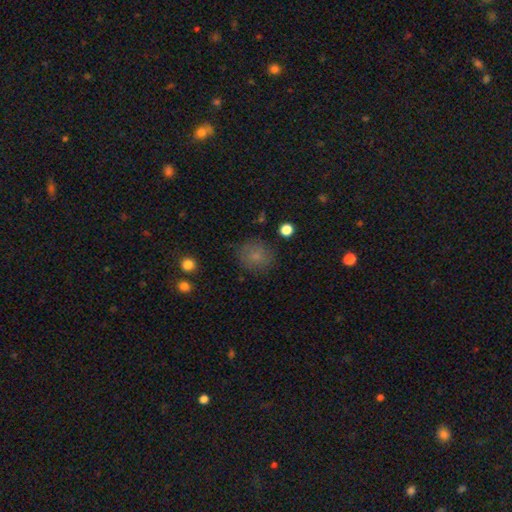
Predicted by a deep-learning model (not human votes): Smooth or featured: smooth — 78% (star or artifact — 13%)
How rounded: round — 82% (in between — 17%)
Merging: none — 80% (minor disturbance — 14%)